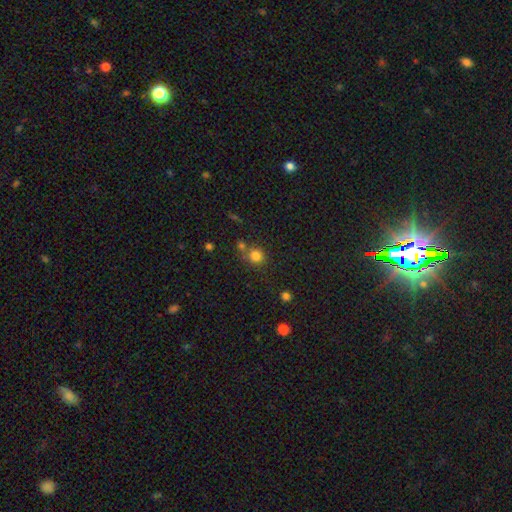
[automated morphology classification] Smooth or featured?
  - smooth: 80% *
  - star or artifact: 14%
  - featured or disk: 6%
How rounded?
  - round: 86% *
  - in between: 13%
  - cigar-shaped: 1%
Merging?
  - none: 63% *
  - merger: 22%
  - minor disturbance: 11%
  - major disturbance: 4%